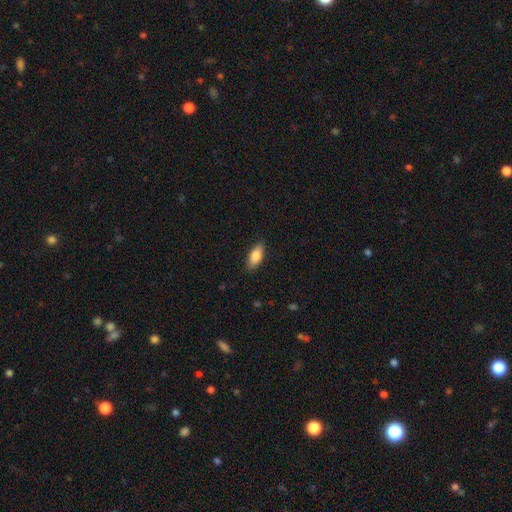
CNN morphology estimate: This appears to be a smooth galaxy with no disk features (81%) that is in between round and cigar-shaped (78%). Merging: none (86%).